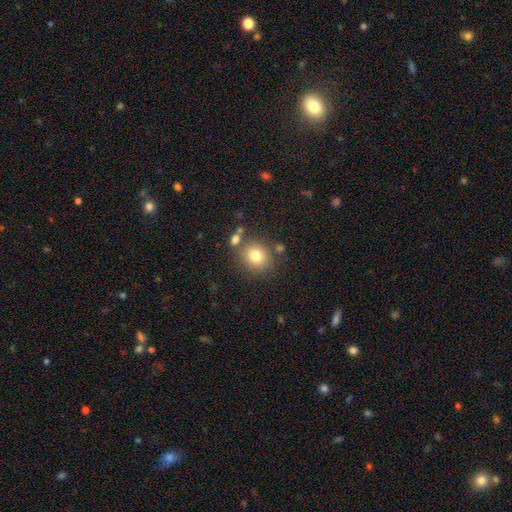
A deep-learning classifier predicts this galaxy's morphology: smooth-or-featured: smooth: 79% | star or artifact: 12% | featured or disk: 10%
  how-rounded: round: 81% | in between: 18% | cigar-shaped: 1%
  merging: none: 75% | minor disturbance: 11% | merger: 10% | major disturbance: 4%